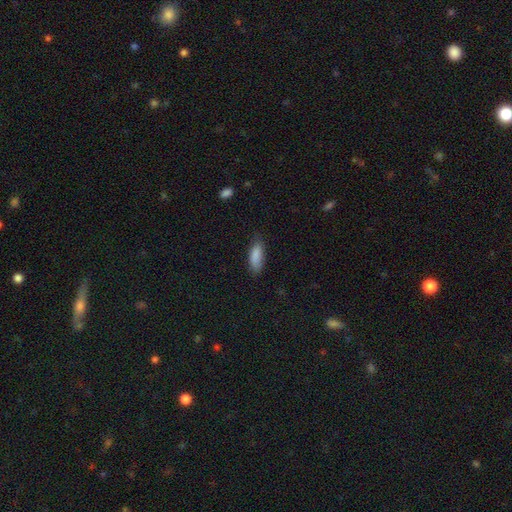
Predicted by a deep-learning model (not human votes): Smooth or featured: smooth — 87% (star or artifact — 7%)
How rounded: in between — 70% (cigar-shaped — 28%)
Merging: none — 73% (minor disturbance — 22%)